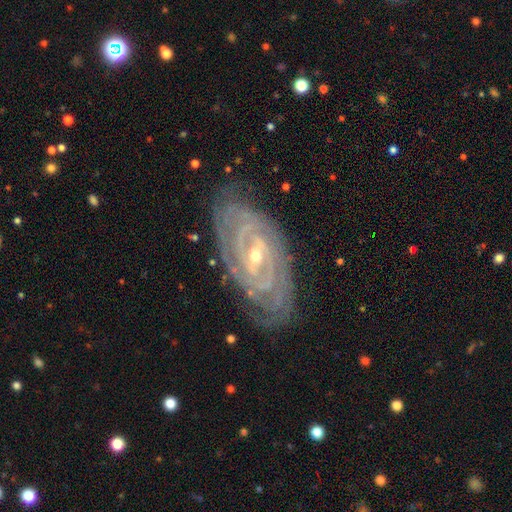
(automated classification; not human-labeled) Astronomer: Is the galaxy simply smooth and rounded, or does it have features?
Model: featured or disk — 91%.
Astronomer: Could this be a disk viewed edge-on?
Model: no — 95%.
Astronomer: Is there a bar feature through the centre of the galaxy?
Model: weak — 38%, tied with no at 38%.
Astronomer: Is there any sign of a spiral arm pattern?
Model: yes — 98%.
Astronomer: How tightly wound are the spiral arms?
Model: tight — 81%.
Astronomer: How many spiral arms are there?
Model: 2 — 32% (runner-up: can't tell, 22%).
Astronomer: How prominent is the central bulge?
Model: small — 60% (runner-up: moderate, 37%).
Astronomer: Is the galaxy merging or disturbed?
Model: none — 77%.